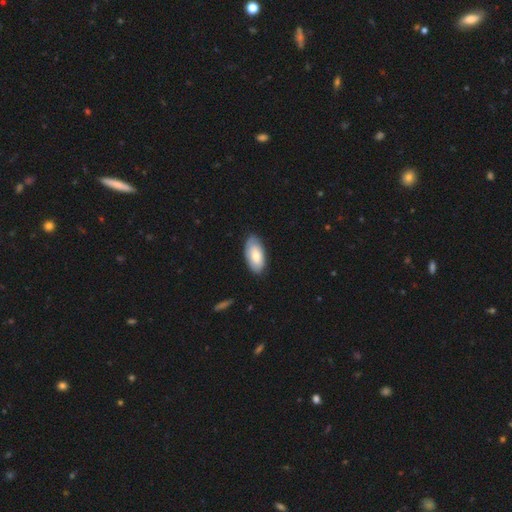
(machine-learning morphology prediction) Smooth or featured?
  - smooth: 74% *
  - featured or disk: 21%
  - star or artifact: 6%
How rounded?
  - in between: 94% *
  - cigar-shaped: 4%
  - round: 2%
Merging?
  - none: 79% *
  - minor disturbance: 17%
  - major disturbance: 3%
  - merger: 1%